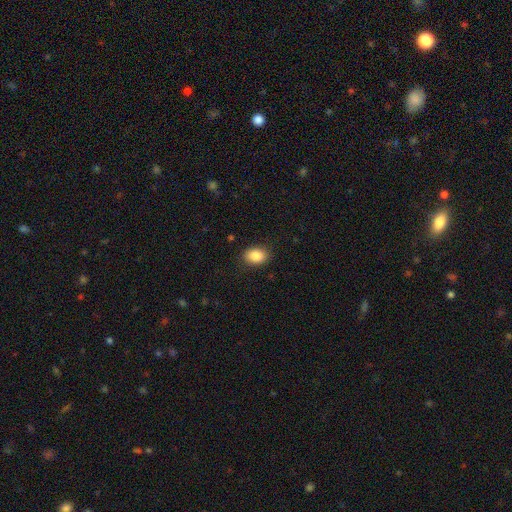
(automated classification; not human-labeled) Morphology: type=smooth (86%); roundness=in between (77%); merging=none (87%).